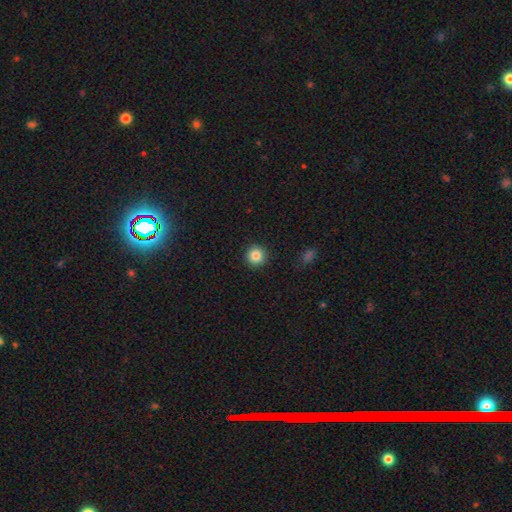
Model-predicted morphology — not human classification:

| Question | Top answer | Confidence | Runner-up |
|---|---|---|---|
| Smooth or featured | smooth | 84% | star or artifact (10%) |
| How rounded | round | 94% | in between (5%) |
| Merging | none | 92% | minor disturbance (6%) |